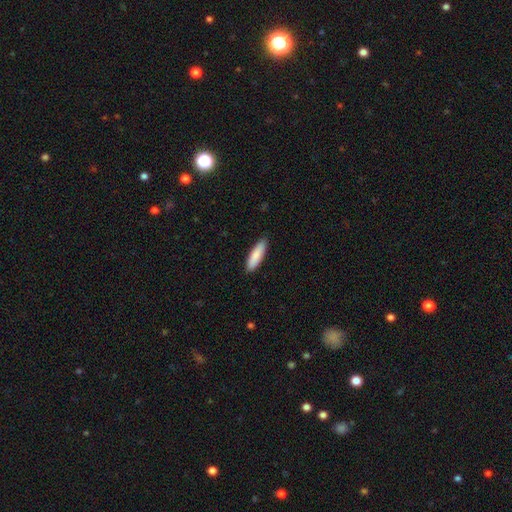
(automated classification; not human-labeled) This appears to be a smooth galaxy with no disk features (87%) that is cigar-shaped (57%). Merging: none (90%).